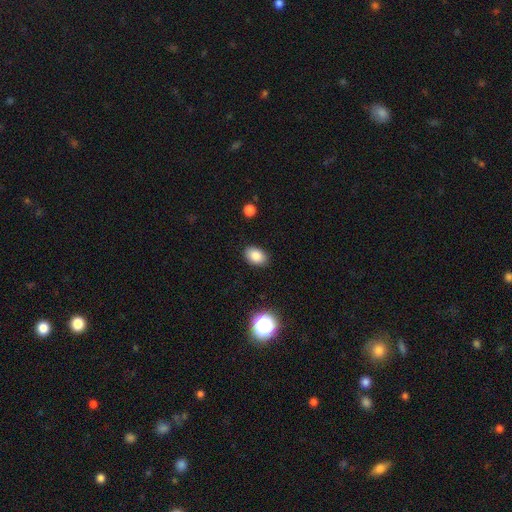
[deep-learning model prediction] Smooth or featured? smooth (84%)
How rounded? in between (82%)
Merging? none (88%)